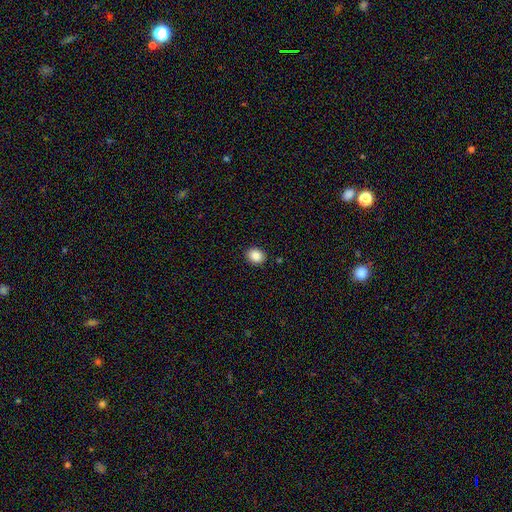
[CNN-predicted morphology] A smooth galaxy with no disk features (87%) that is round (63%). Merging: none (90%).